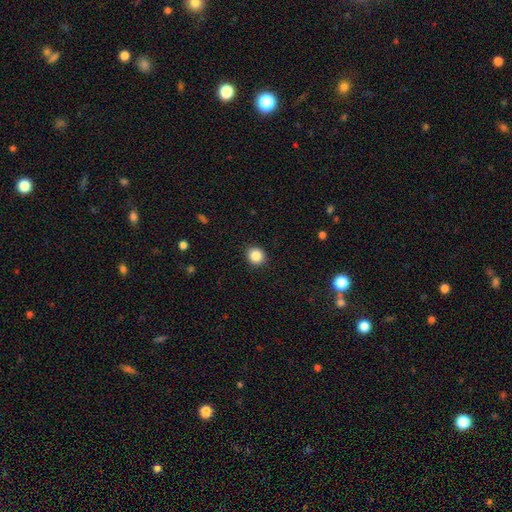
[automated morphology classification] Overall: smooth (86%). How rounded: round (87%). Merging: none (91%).